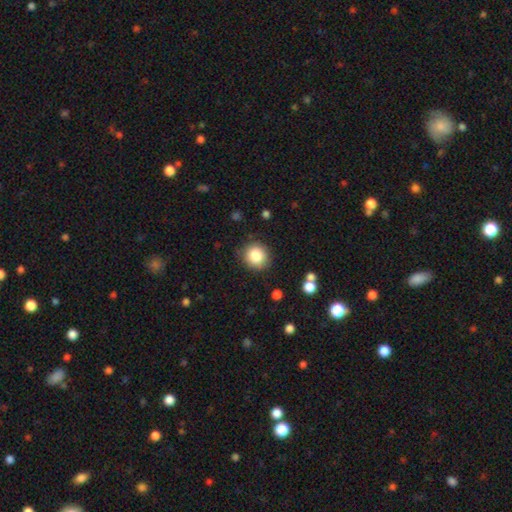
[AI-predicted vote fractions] Smooth or featured? smooth (84%)
How rounded? round (88%)
Merging? none (86%)